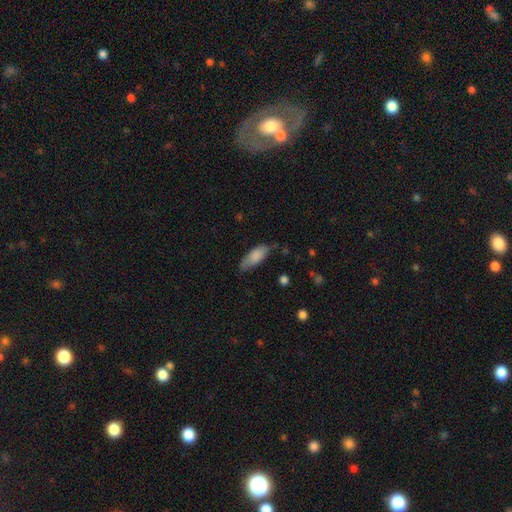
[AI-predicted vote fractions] Smooth or featured? smooth (83%)
How rounded? in between (75%)
Merging? none (63%)